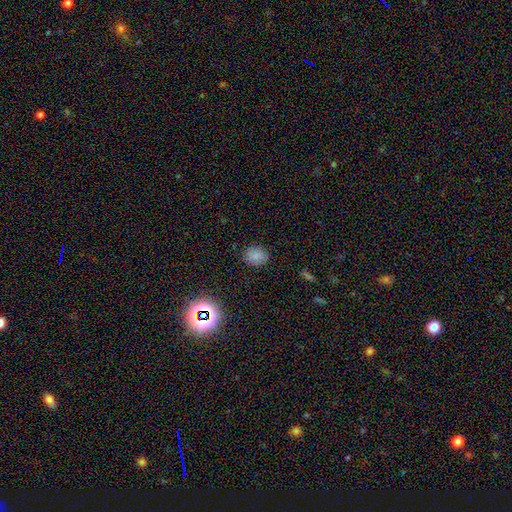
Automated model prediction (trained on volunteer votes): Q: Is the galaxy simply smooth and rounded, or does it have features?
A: smooth — 80%.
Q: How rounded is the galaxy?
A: round — 57%.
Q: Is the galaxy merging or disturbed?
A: none — 86%.